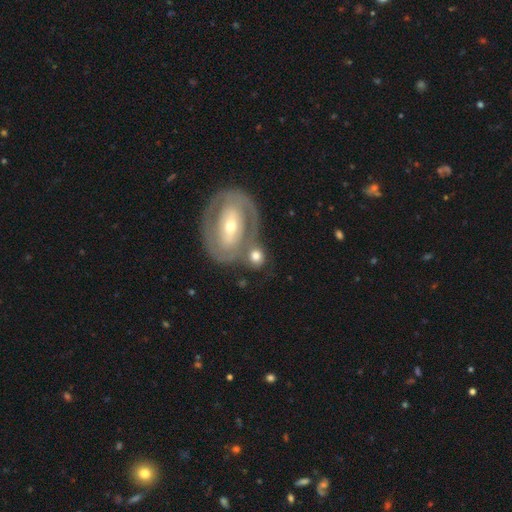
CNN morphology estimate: This appears to be a smooth galaxy with no disk features (56%) that is round (68%). Merging: none (46%).